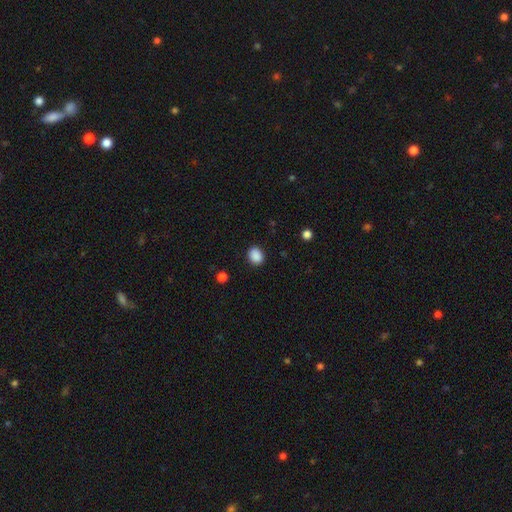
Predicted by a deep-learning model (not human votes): smooth 88%, star or artifact 9%, featured or disk 2%. Down the decision tree: how rounded — round (57%); merging — none (89%).